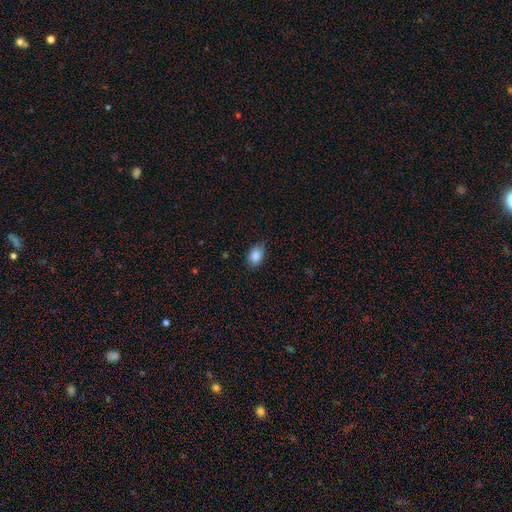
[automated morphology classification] Overall: smooth (86%). How rounded: in between (78%). Merging: none (78%).